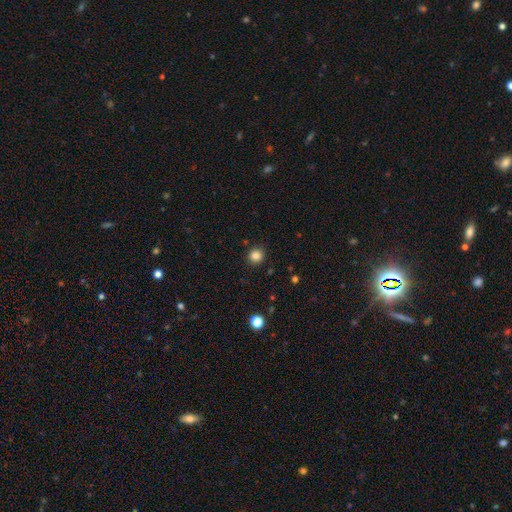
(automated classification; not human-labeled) This is clearly a smooth galaxy (84%). How rounded: clearly round (90%). Merging: clearly none (90%).